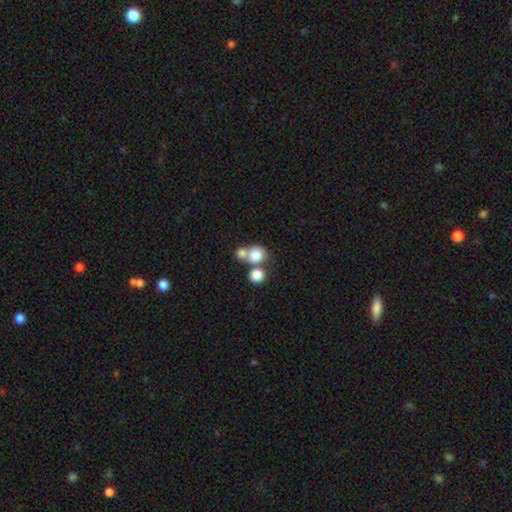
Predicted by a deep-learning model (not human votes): Smooth or featured? Predicted: smooth (p=0.78). How rounded? Predicted: round (p=0.77). Merging? Predicted: merger (p=0.50).